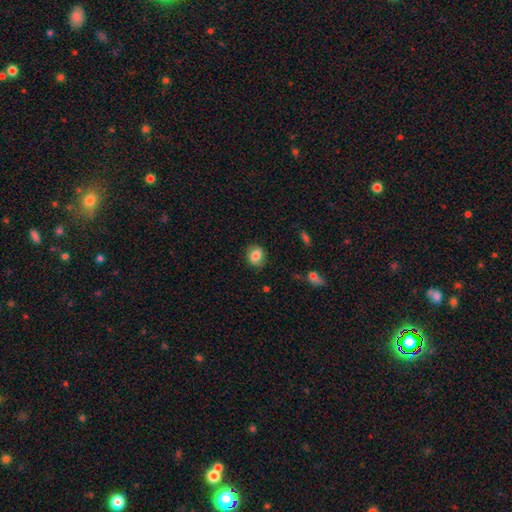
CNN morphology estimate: smooth_or_featured: smooth (p=0.83) [alt: featured or disk p=0.09]
how_rounded: round (p=0.67) [alt: in between p=0.32]
merging: none (p=0.82) [alt: minor disturbance p=0.14]